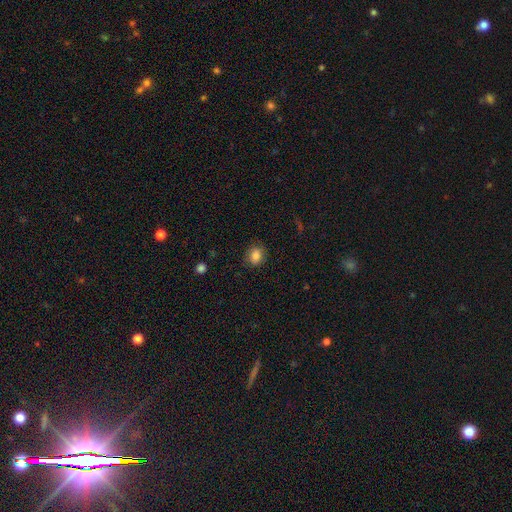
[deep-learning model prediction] Smooth or featured? Predicted: smooth (p=0.83). How rounded? Predicted: round (p=0.55). Merging? Predicted: none (p=0.83).